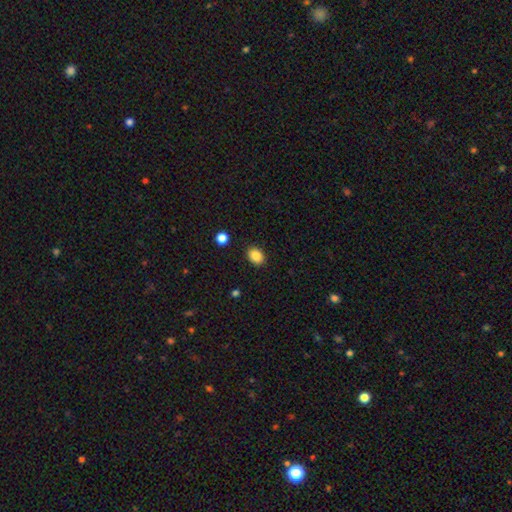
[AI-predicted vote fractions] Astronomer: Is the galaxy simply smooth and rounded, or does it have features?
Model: smooth — 87%.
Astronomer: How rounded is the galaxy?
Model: in between — 62% (runner-up: round, 37%).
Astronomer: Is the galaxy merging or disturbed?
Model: none — 89%.